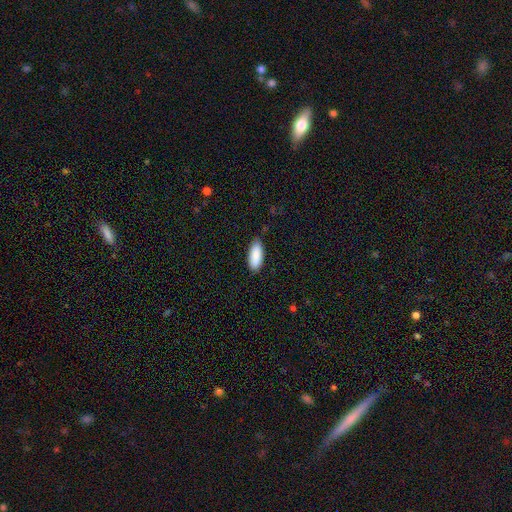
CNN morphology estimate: Overall: smooth (90%). How rounded: in between (82%). Merging: none (84%).